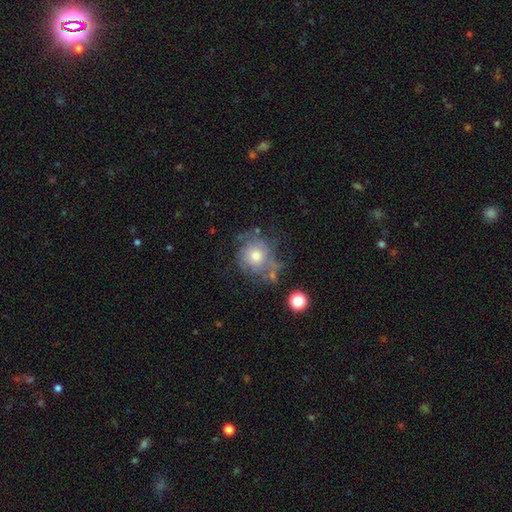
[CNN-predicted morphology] A smooth galaxy with no disk features (45%).

Vote fractions:
- Smooth or featured? smooth: 45% / featured or disk: 44% / star or artifact: 11%
- Merging? none: 49% / minor disturbance: 25% / major disturbance: 18% / merger: 8%